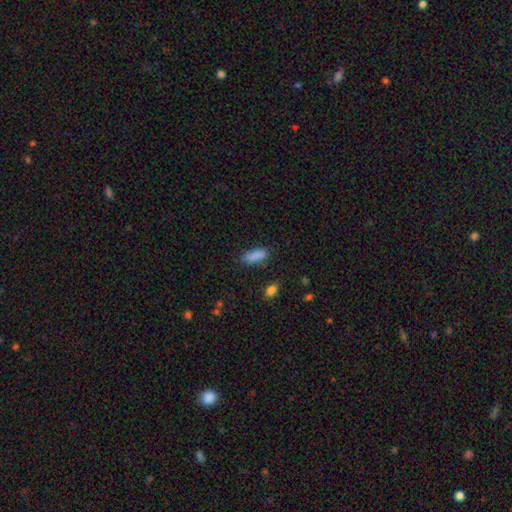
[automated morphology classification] Q: Smooth or featured?
A: smooth (88%); runner-up: star or artifact (8%)
Q: How rounded?
A: in between (65%); runner-up: cigar-shaped (33%)
Q: Merging?
A: none (80%); runner-up: minor disturbance (15%)